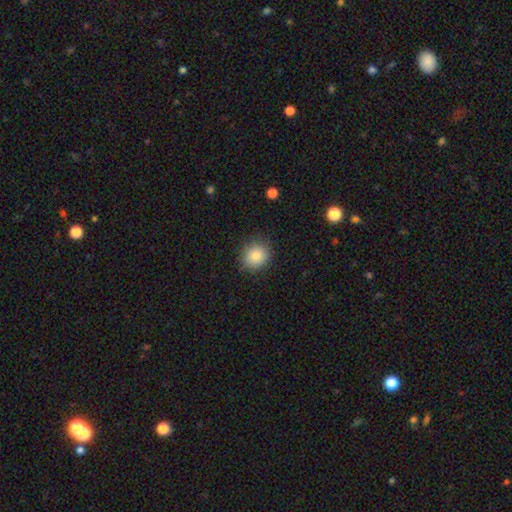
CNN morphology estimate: Smooth or featured?
  - smooth: 83% *
  - star or artifact: 9%
  - featured or disk: 7%
How rounded?
  - round: 83% *
  - in between: 16%
  - cigar-shaped: 1%
Merging?
  - none: 85% *
  - minor disturbance: 11%
  - major disturbance: 3%
  - merger: 1%